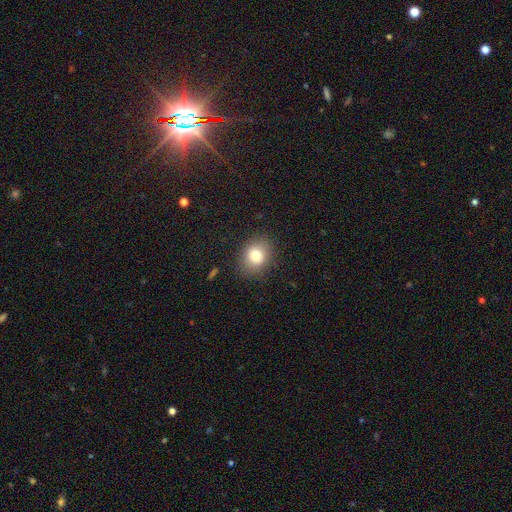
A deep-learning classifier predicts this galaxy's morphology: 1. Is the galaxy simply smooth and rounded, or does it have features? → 79% smooth, 11% star or artifact, 10% featured or disk.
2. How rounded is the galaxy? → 50% in between, 49% round, 1% cigar-shaped.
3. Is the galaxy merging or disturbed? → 85% none, 11% minor disturbance, 4% major disturbance, 1% merger.